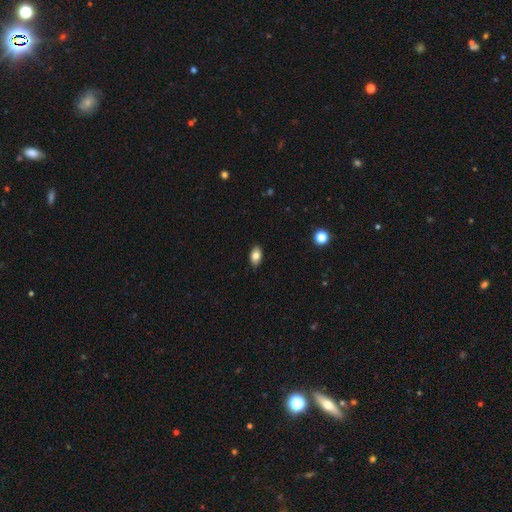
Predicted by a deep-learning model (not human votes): smooth-or-featured: smooth: 83% | featured or disk: 9% | star or artifact: 8%
  how-rounded: in between: 90% | round: 8% | cigar-shaped: 2%
  merging: none: 88% | minor disturbance: 9% | major disturbance: 2% | merger: 1%